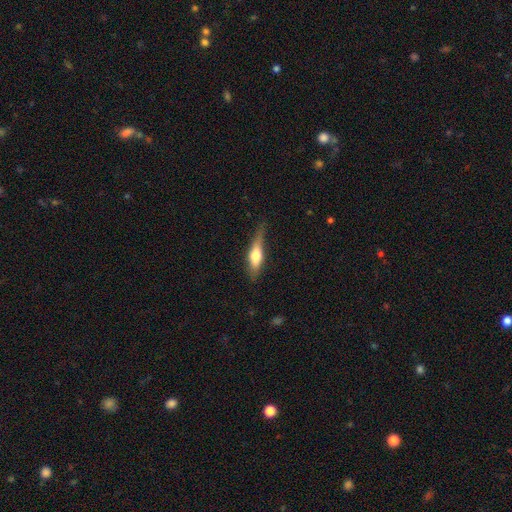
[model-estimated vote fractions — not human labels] Smooth or featured? smooth (57%)
How rounded? cigar-shaped (61%)
Merging? none (62%)